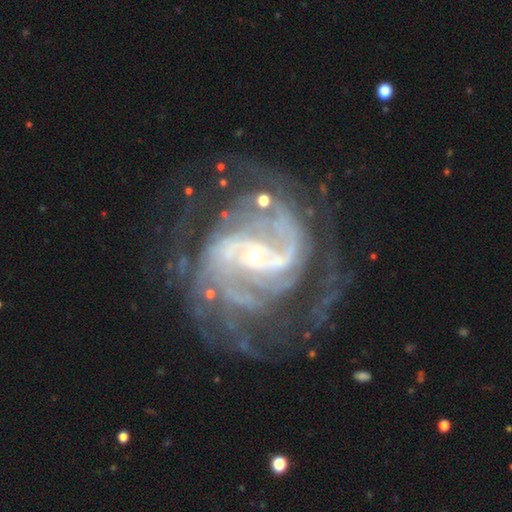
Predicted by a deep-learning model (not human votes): smooth_or_featured: featured or disk (p=0.91) [alt: star or artifact p=0.06]
disk_edge_on: no (p=0.98) [alt: yes p=0.02]
bar: weak (p=0.39) [alt: no p=0.32]
has_spiral_arms: yes (p=0.97) [alt: no p=0.03]
spiral_winding: medium (p=0.50) [alt: tight p=0.36]
spiral_arm_count: 2 (p=0.46) [alt: can't tell p=0.16]
bulge_size: small (p=0.80) [alt: moderate p=0.14]
merging: none (p=0.62) [alt: major disturbance p=0.19]